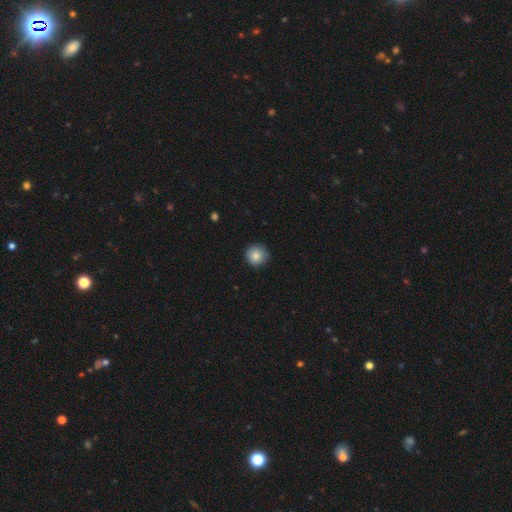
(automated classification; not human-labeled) Morphology: type=smooth (85%); roundness=round (95%); merging=none (87%).